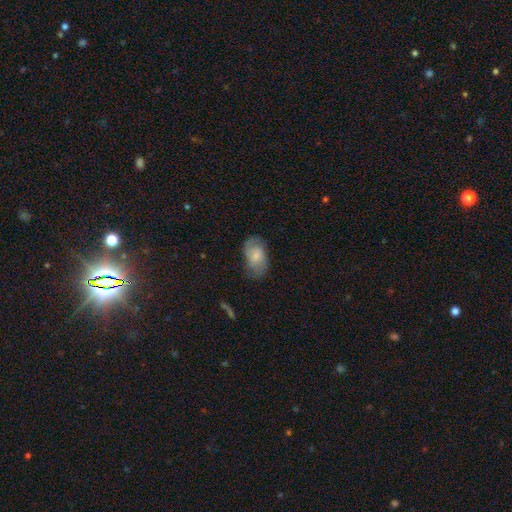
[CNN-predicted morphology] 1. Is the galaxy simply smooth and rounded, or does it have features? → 57% smooth, 36% featured or disk, 7% star or artifact.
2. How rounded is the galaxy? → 90% in between, 8% round, 2% cigar-shaped.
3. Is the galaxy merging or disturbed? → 62% none, 26% minor disturbance, 10% major disturbance, 2% merger.